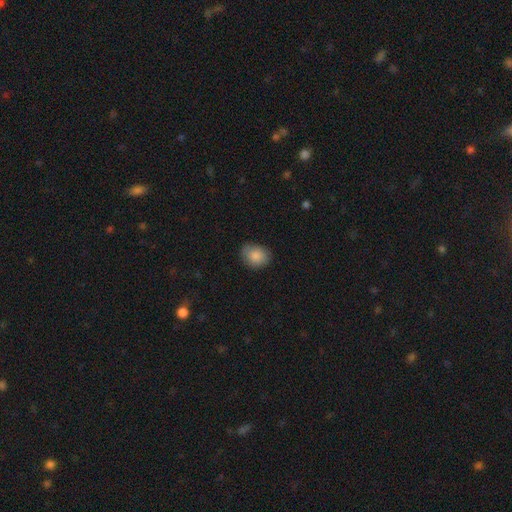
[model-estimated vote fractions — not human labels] Q: Smooth or featured?
A: smooth (87%); runner-up: star or artifact (7%)
Q: How rounded?
A: round (50%); runner-up: in between (49%)
Q: Merging?
A: none (79%); runner-up: minor disturbance (16%)